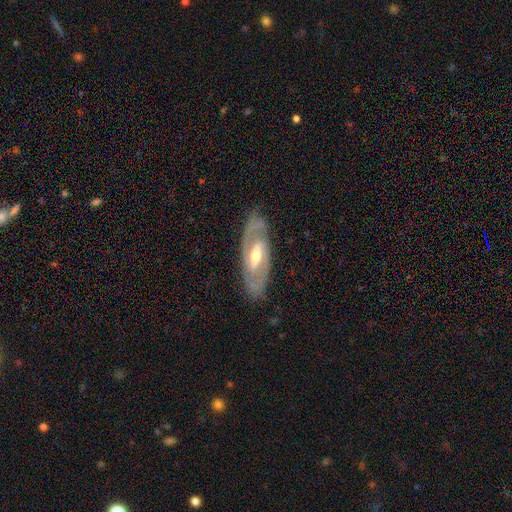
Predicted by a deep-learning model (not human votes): This appears to be a featured or disk galaxy (82%) with a weak bar (42%), 2 (83%) medium (46%) spiral arms (86%) and a moderate central bulge (60%). Merging: none (81%).